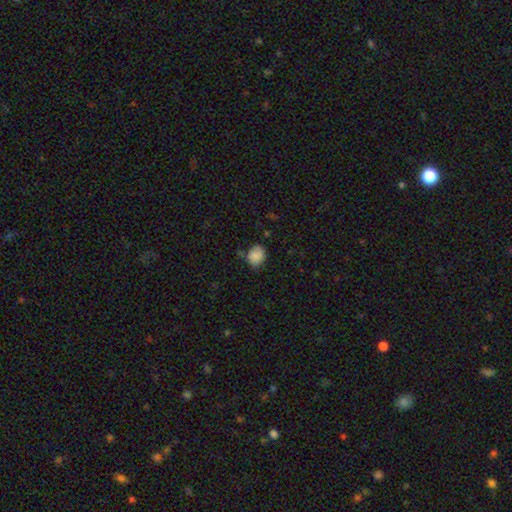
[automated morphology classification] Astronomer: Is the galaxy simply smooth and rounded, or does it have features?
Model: smooth — 84%.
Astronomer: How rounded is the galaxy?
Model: round — 50% (runner-up: in between, 49%).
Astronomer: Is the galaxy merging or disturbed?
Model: none — 64%.